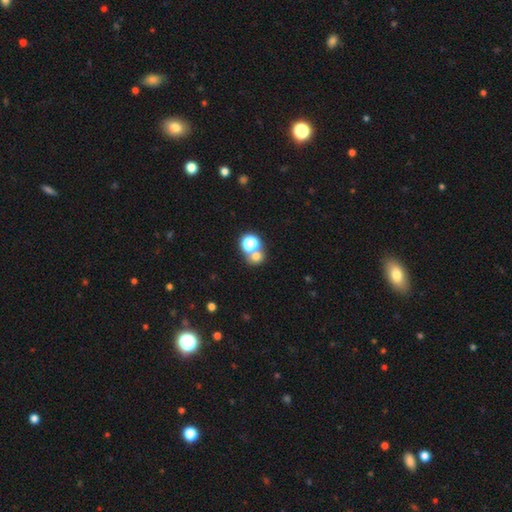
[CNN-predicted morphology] smooth_or_featured: smooth (p=0.66) [alt: star or artifact p=0.25]
how_rounded: round (p=0.78) [alt: in between p=0.21]
merging: none (p=0.53) [alt: merger p=0.37]